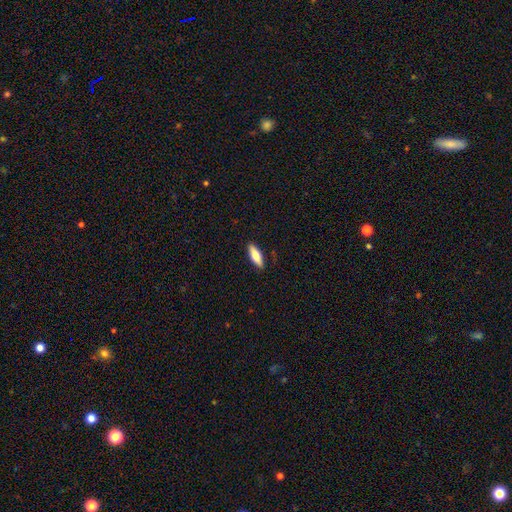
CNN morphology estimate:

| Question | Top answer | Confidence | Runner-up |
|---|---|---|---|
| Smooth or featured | smooth | 75% | featured or disk (19%) |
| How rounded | in between | 58% | cigar-shaped (40%) |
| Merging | none | 89% | minor disturbance (9%) |